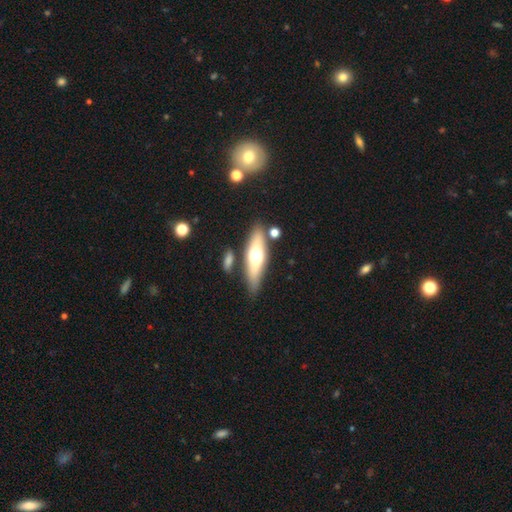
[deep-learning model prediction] A smooth galaxy with no disk features (48%). Merging: none (78%).